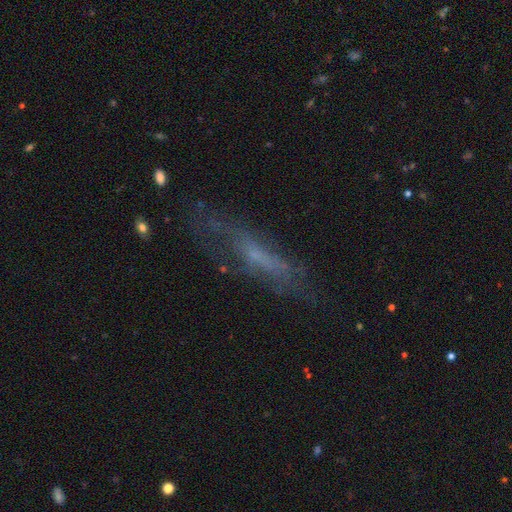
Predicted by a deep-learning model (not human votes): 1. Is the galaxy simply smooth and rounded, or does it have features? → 49% featured or disk, 36% smooth, 14% star or artifact.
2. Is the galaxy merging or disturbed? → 63% none, 22% minor disturbance, 13% major disturbance, 3% merger.